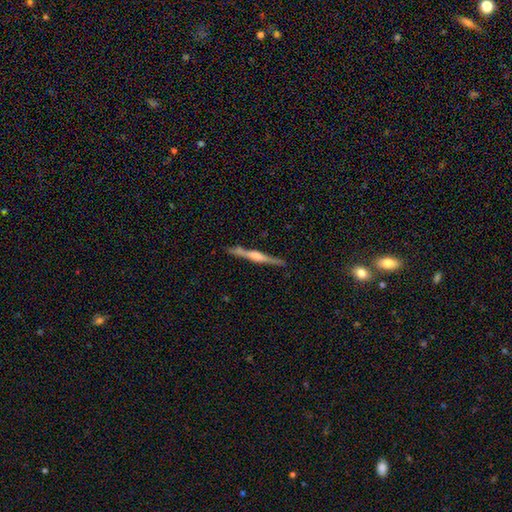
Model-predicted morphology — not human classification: This is likely a featured or disk galaxy (78%). It is clearly viewed edge-on (98%). Edge-on bulge: likely rounded (69%). Merging: clearly none (89%).